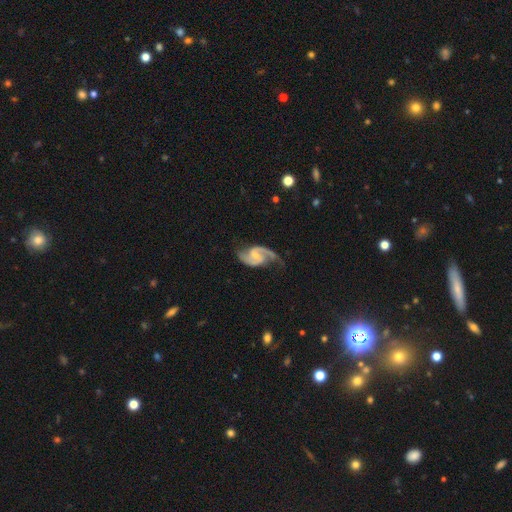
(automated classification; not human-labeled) This is clearly a featured or disk galaxy (92%). It is clearly not viewed edge-on (98%). Bar: possibly weak (48%). Spiral arm pattern: clearly yes (98%). Spiral arm count: clearly 2 (93%). Spiral winding: possibly medium (56%). Central bulge: possibly small (60%). Merging: likely none (72%).